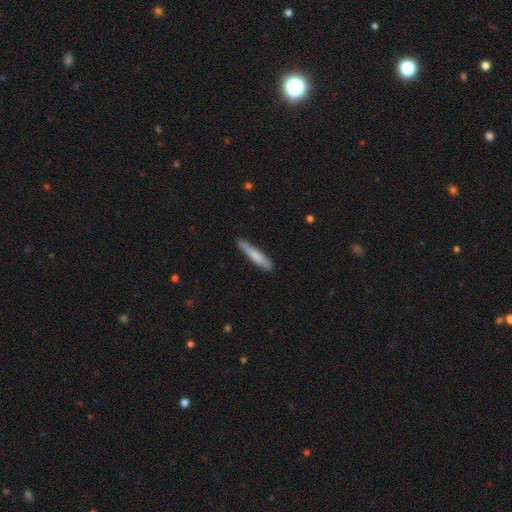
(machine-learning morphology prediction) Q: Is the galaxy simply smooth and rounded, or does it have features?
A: smooth — 70%.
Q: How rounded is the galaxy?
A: cigar-shaped — 93%.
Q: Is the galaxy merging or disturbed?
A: none — 84%.